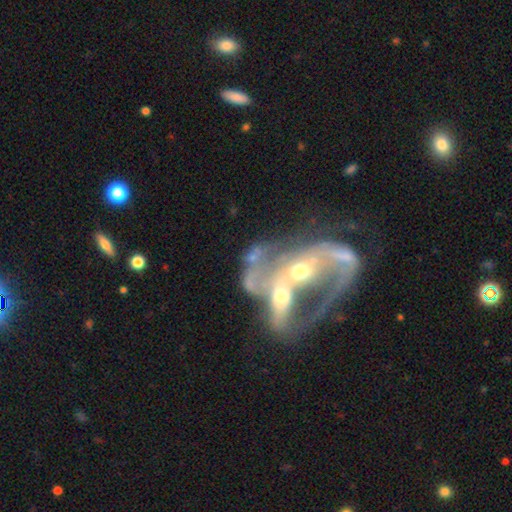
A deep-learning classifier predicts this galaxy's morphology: Q: Smooth or featured?
A: featured or disk (53%); runner-up: smooth (32%)
Q: Edge-on disk?
A: no (92%); runner-up: yes (8%)
Q: Merging?
A: merger (74%); runner-up: major disturbance (12%)